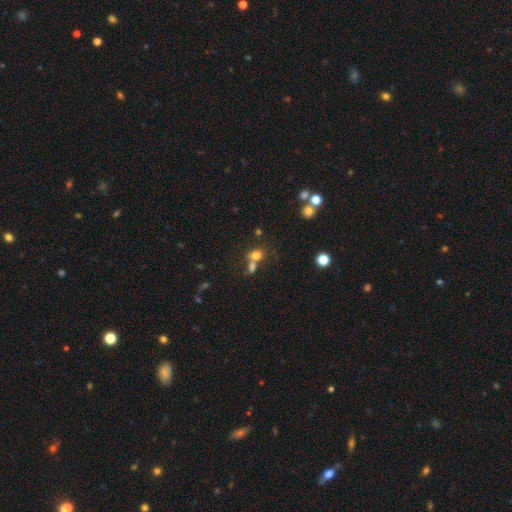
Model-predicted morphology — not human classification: Smooth or featured? smooth (73%)
How rounded? in between (52%)
Merging? merger (48%)